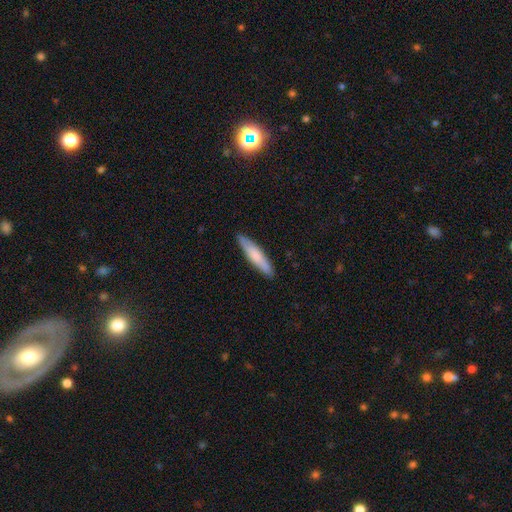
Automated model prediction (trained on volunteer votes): Smooth or featured: smooth — 74% (featured or disk — 20%)
How rounded: cigar-shaped — 87% (in between — 12%)
Merging: none — 89% (minor disturbance — 8%)